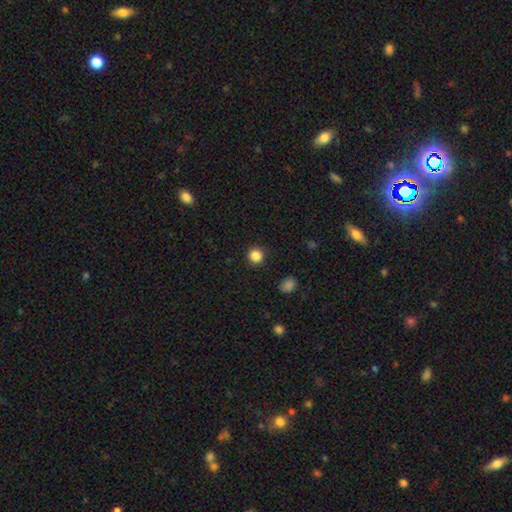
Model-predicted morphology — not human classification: Overall: smooth (86%). How rounded: round (94%). Merging: none (92%).